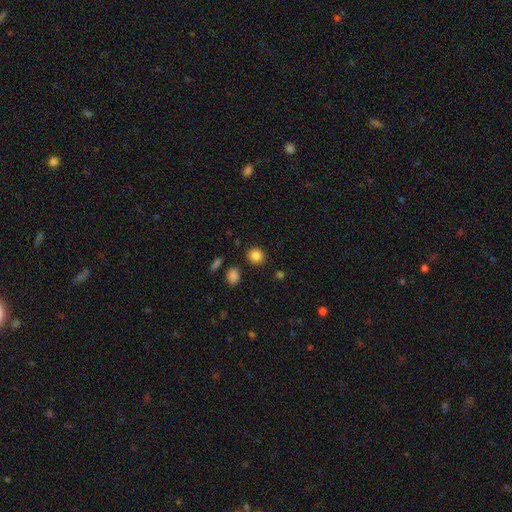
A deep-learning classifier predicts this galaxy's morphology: A smooth galaxy with no disk features (86%) that is round (83%). Merging: none (86%).